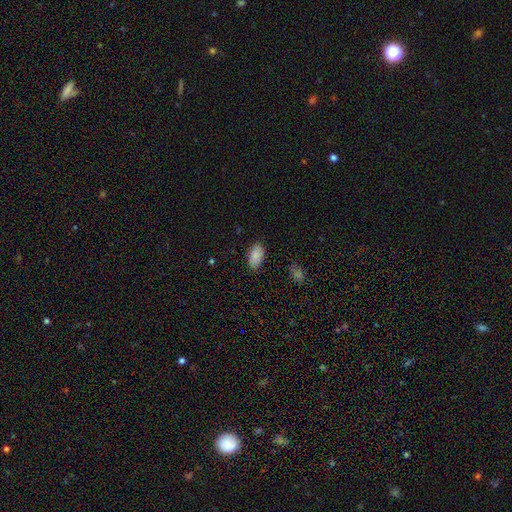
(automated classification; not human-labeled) This is clearly a smooth galaxy (88%). How rounded: clearly in between (94%). Merging: clearly none (84%).